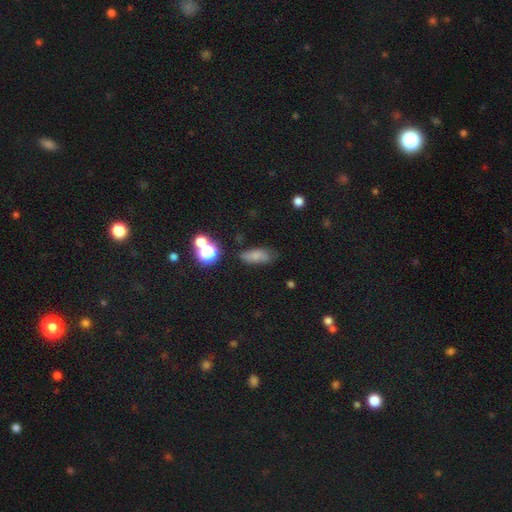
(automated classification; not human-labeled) Morphology: type=smooth (72%); roundness=in between (72%); merging=none (65%).